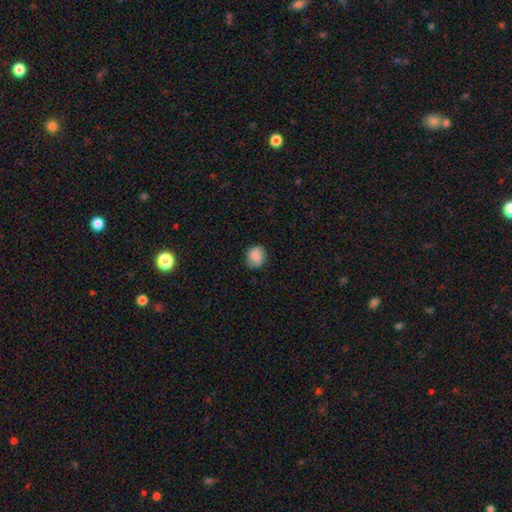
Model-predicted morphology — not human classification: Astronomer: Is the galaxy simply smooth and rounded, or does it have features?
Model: smooth — 81%.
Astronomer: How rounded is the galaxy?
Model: round — 78%.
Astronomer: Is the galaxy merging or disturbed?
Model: none — 84%.